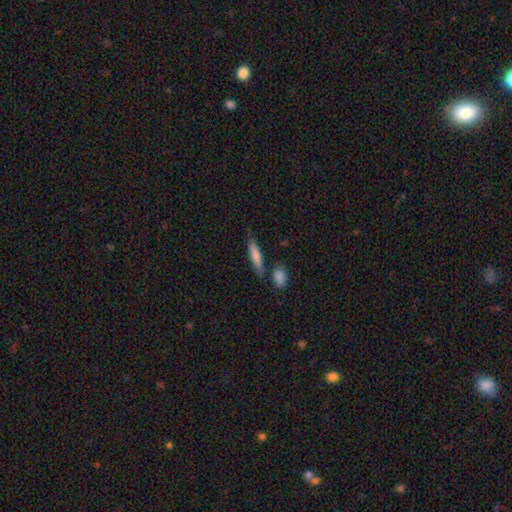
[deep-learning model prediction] Overall: smooth (76%). How rounded: cigar-shaped (75%). Merging: none (70%).